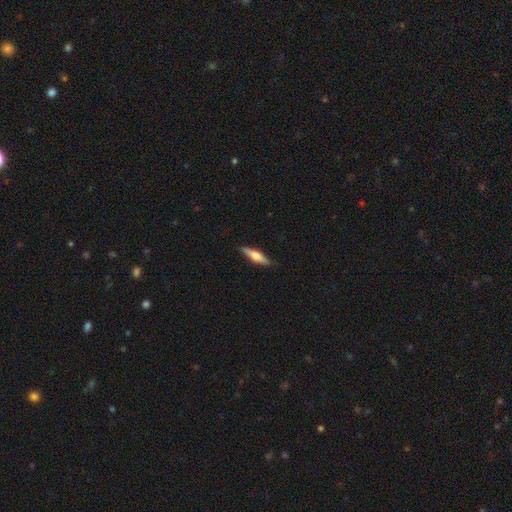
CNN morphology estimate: smooth_or_featured: smooth (p=0.52) [alt: featured or disk p=0.43]
how_rounded: cigar-shaped (p=0.70) [alt: in between p=0.28]
merging: none (p=0.88) [alt: minor disturbance p=0.09]